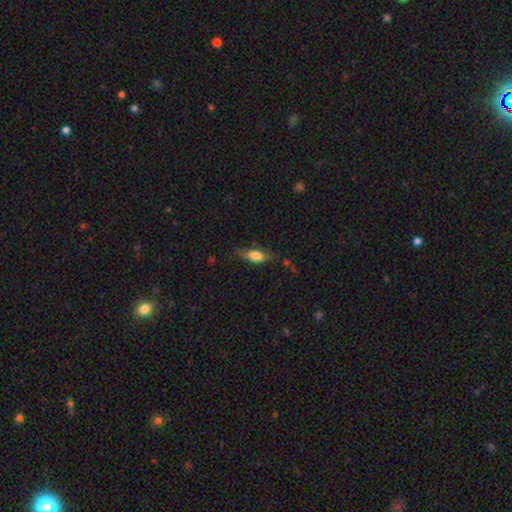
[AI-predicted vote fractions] A smooth galaxy with no disk features (72%) that is in between round and cigar-shaped (70%). Merging: none (66%).